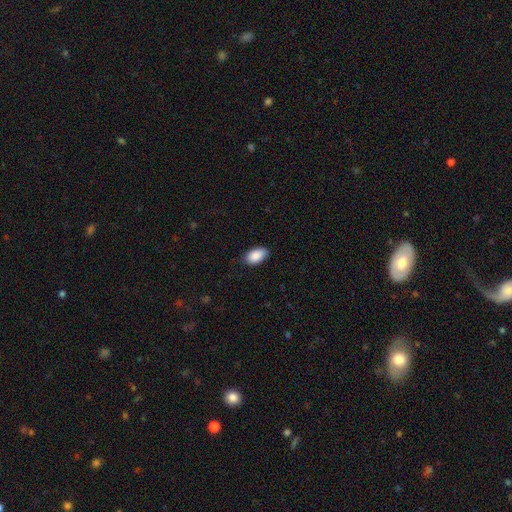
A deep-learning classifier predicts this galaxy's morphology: This appears to be a smooth galaxy with no disk features (90%) that is in between round and cigar-shaped (94%). Merging: none (83%).